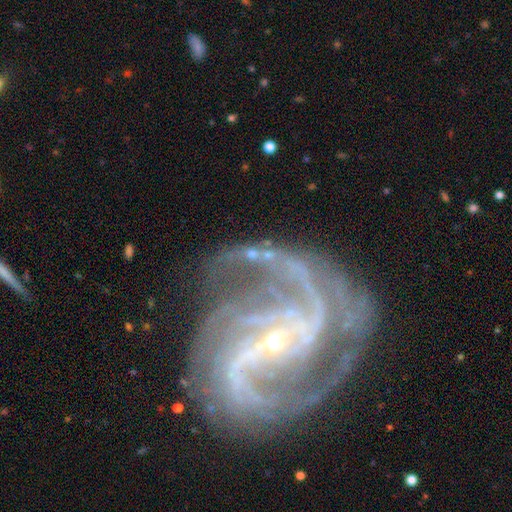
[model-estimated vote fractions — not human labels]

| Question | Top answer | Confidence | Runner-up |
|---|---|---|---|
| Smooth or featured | featured or disk | 90% | star or artifact (7%) |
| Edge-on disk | no | 98% | yes (2%) |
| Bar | strong | 45% | weak (30%) |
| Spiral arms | yes | 98% | no (2%) |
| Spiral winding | medium | 51% | tight (28%) |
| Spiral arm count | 2 | 33% | 3 (24%) |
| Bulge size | small | 84% | moderate (12%) |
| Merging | none | 61% | major disturbance (18%) |